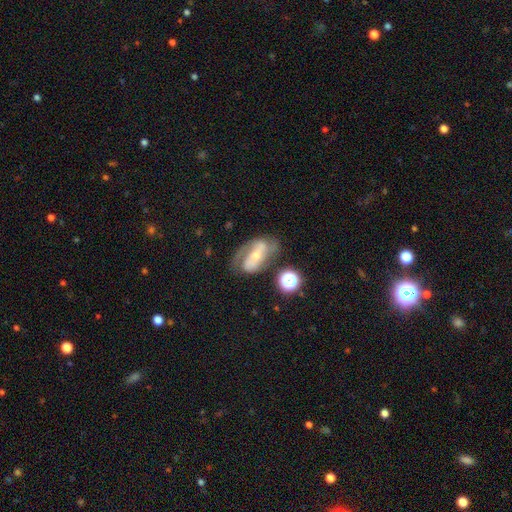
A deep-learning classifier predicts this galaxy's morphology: featured or disk 75%, smooth 17%, star or artifact 8%. Down the decision tree: edge-on disk — no (95%); bar — strong (38%); spiral arms — yes (87%); spiral arm count — 2 (72%); spiral winding — medium (46%); bulge size — small (55%); merging — none (55%).